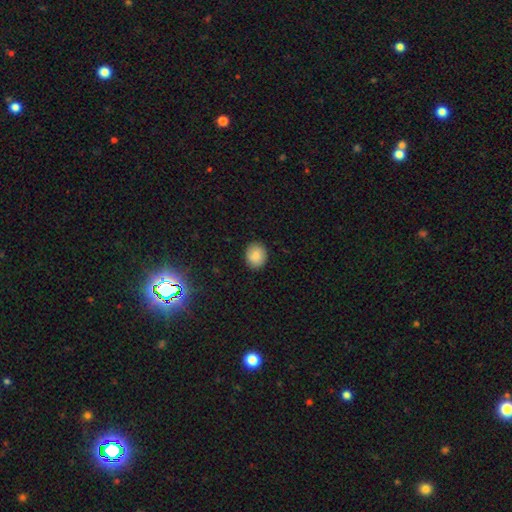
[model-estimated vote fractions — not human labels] Morphology: type=smooth (87%); roundness=round (69%); merging=none (89%).